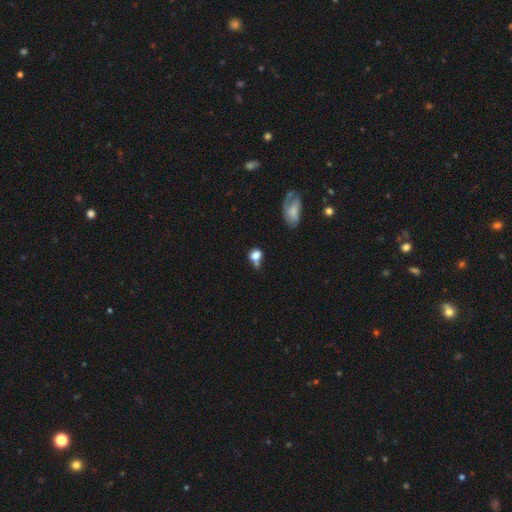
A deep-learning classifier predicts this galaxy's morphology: A smooth galaxy with no disk features (78%) that is round (59%).

Vote fractions:
- Smooth or featured? smooth: 78% / star or artifact: 12% / featured or disk: 10%
- How rounded? round: 59% / in between: 39% / cigar-shaped: 2%
- Merging? none: 38% / merger: 26% / minor disturbance: 22% / major disturbance: 14%